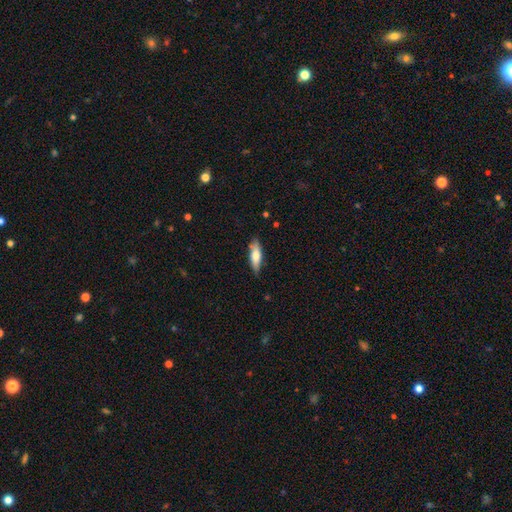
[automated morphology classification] smooth_or_featured: smooth (p=0.67) [alt: featured or disk p=0.27]
how_rounded: cigar-shaped (p=0.52) [alt: in between p=0.46]
merging: none (p=0.80) [alt: minor disturbance p=0.16]